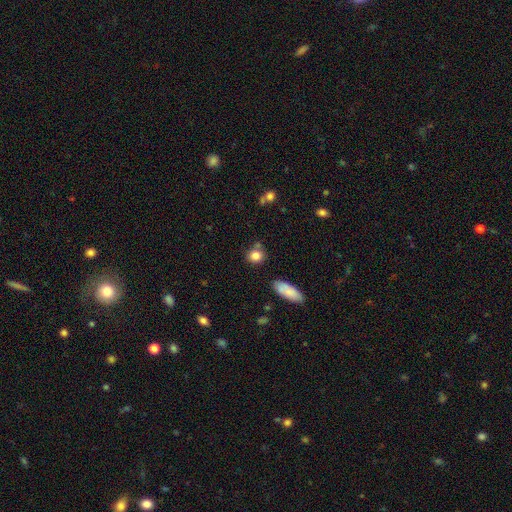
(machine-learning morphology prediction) A smooth galaxy with no disk features (82%) that is round (72%).

Vote fractions:
- Smooth or featured? smooth: 82% / star or artifact: 10% / featured or disk: 7%
- How rounded? round: 72% / in between: 26% / cigar-shaped: 2%
- Merging? none: 71% / minor disturbance: 14% / merger: 12% / major disturbance: 4%